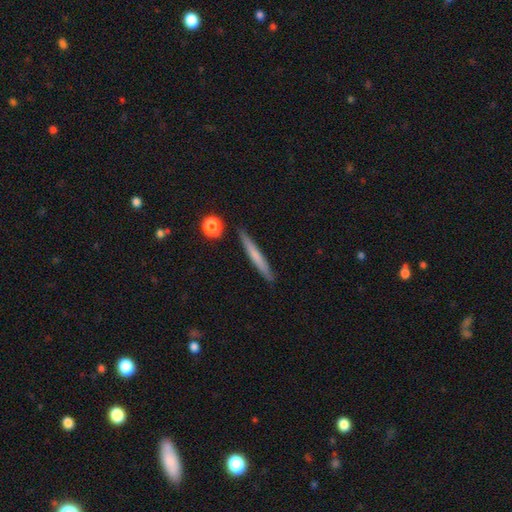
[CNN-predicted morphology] A smooth galaxy with no disk features (64%) that is cigar-shaped (96%). Merging: none (89%).